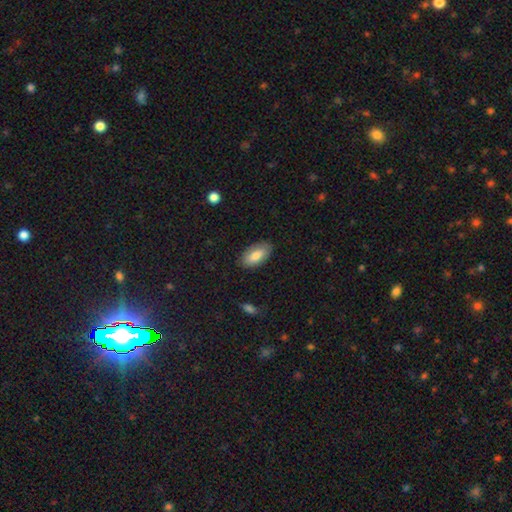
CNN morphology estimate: smooth_or_featured: smooth (p=0.79) [alt: featured or disk p=0.15]
how_rounded: in between (p=0.92) [alt: cigar-shaped p=0.05]
merging: none (p=0.85) [alt: minor disturbance p=0.12]